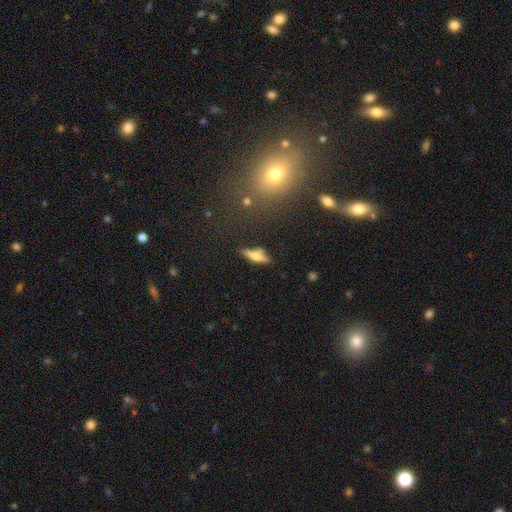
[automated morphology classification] This appears to be a featured or disk galaxy (52%) viewed edge-on (92%). Merging: none (75%).